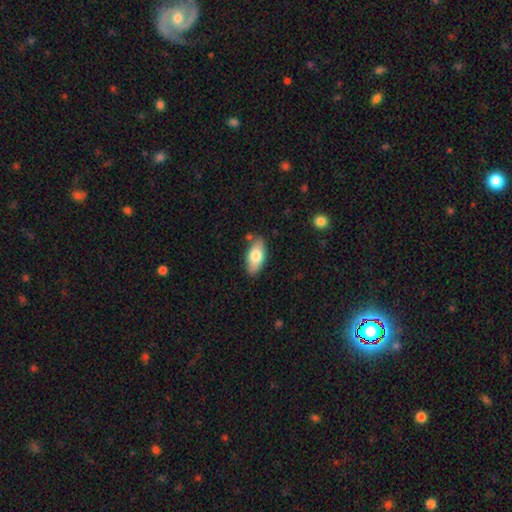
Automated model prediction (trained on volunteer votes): Smooth or featured? smooth (72%)
How rounded? in between (87%)
Merging? none (82%)